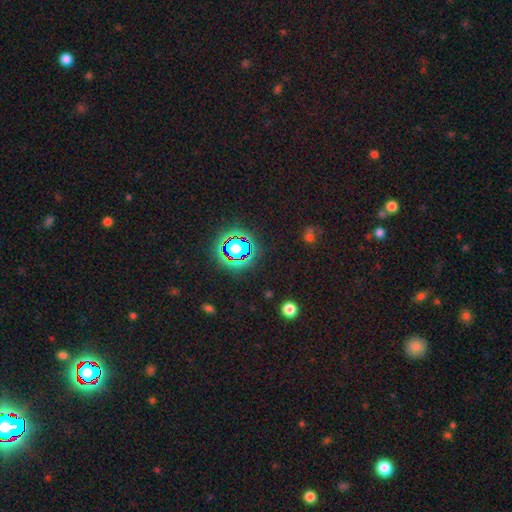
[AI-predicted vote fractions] This appears to be a star or artifact, not a galaxy (79%).